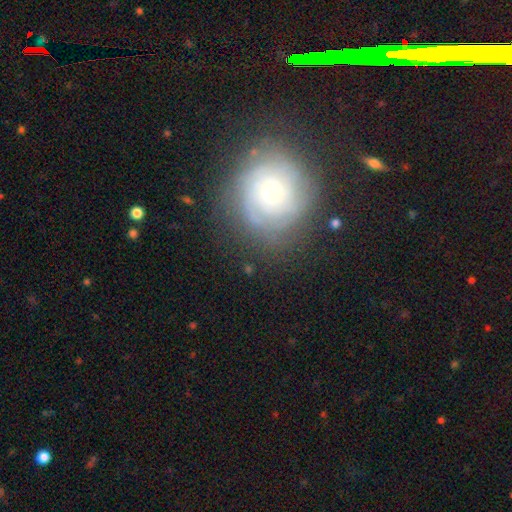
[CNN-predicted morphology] Q: Smooth or featured?
A: featured or disk (54%); runner-up: smooth (25%)
Q: Edge-on disk?
A: no (95%); runner-up: yes (5%)
Q: Bar?
A: no (80%); runner-up: weak (15%)
Q: Spiral arms?
A: yes (84%); runner-up: no (16%)
Q: Bulge size?
A: small (54%); runner-up: moderate (39%)
Q: Merging?
A: none (79%); runner-up: minor disturbance (14%)